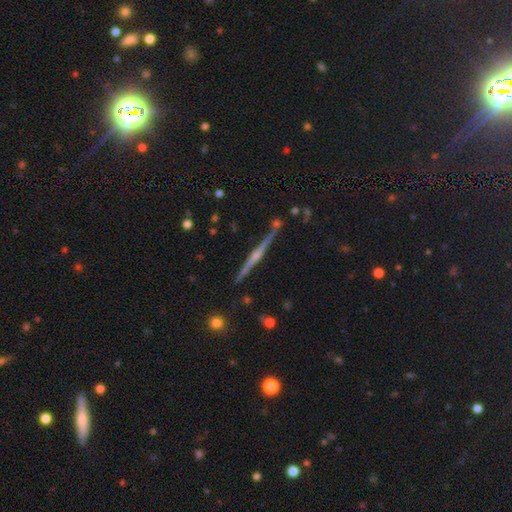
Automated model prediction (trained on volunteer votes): A featured or disk galaxy (84%) viewed edge-on (98%) with a rounded central bulge (82%).

Vote fractions:
- Smooth or featured? featured or disk: 84% / smooth: 9% / star or artifact: 7%
- Edge-on disk? yes: 98% / no: 2%
- Edge-on bulge? rounded: 82% / none: 11% / boxy: 7%
- Merging? none: 87% / minor disturbance: 8% / merger: 3% / major disturbance: 2%